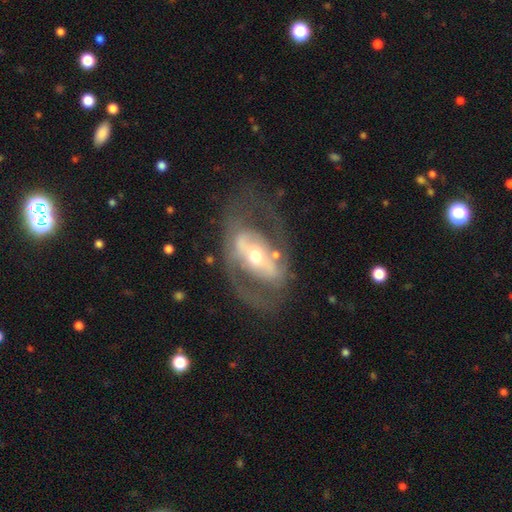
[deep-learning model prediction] This appears to be a featured or disk galaxy (78%) with a strong bar (45%), spiral arms (56%) and a moderate central bulge (67%). Merging: none (60%).